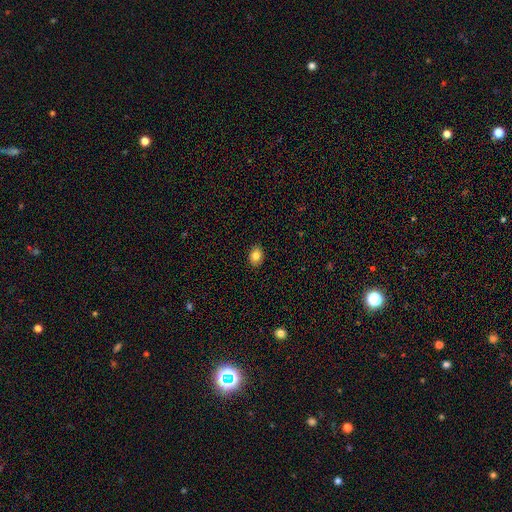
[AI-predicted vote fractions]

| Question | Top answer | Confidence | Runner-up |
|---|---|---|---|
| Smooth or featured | smooth | 83% | star or artifact (10%) |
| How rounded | in between | 61% | round (38%) |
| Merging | none | 89% | minor disturbance (8%) |